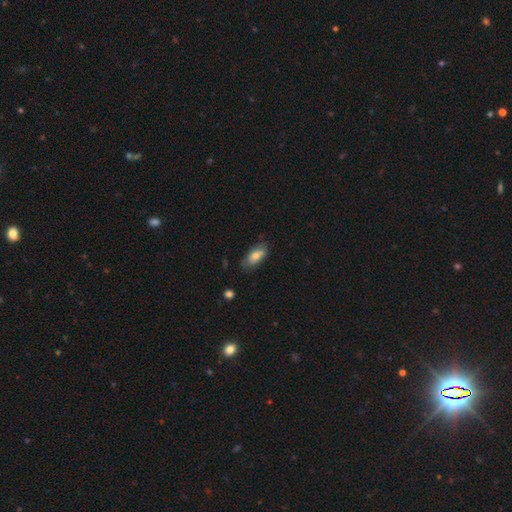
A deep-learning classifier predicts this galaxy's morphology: Overall: smooth (74%). How rounded: in between (85%). Merging: none (72%).